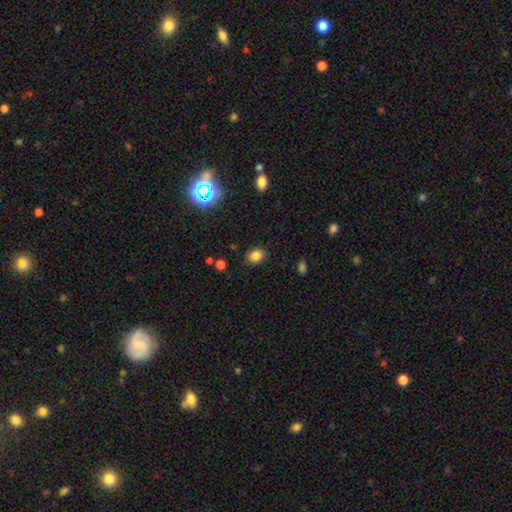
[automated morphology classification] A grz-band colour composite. It shows a smooth galaxy with no disk features (82%) that is in between round and cigar-shaped (59%). Merging: none (85%).